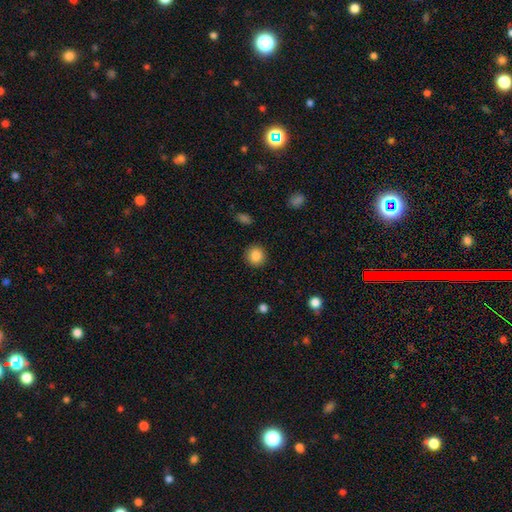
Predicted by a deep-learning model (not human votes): Smooth or featured? Predicted: smooth (p=0.86). How rounded? Predicted: round (p=0.90). Merging? Predicted: none (p=0.91).